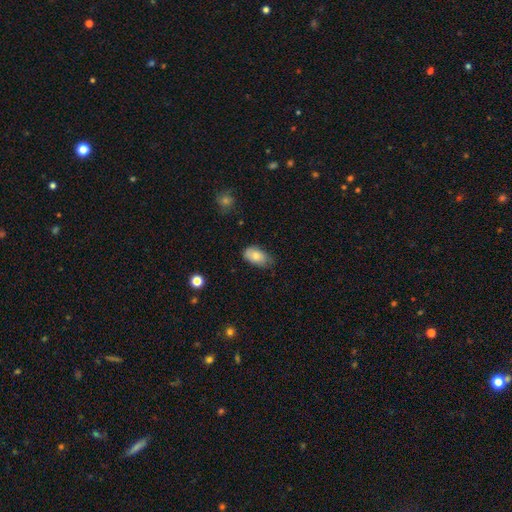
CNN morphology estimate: smooth-or-featured: smooth: 77% | featured or disk: 16% | star or artifact: 7%
  how-rounded: in between: 92% | round: 6% | cigar-shaped: 2%
  merging: none: 59% | minor disturbance: 34% | major disturbance: 6% | merger: 1%